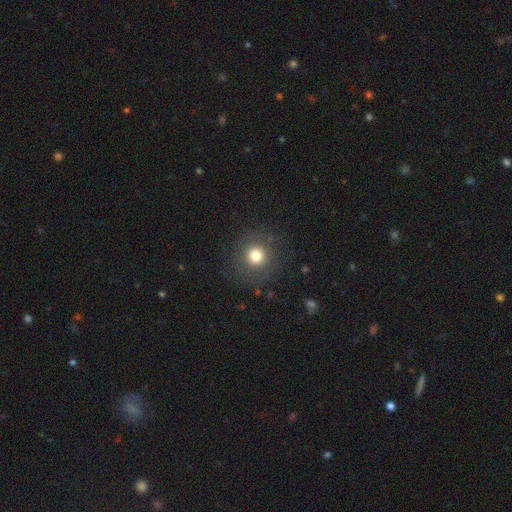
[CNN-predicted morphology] smooth-or-featured: smooth: 76% | star or artifact: 14% | featured or disk: 11%
  how-rounded: round: 94% | in between: 5% | cigar-shaped: 1%
  merging: none: 86% | minor disturbance: 8% | major disturbance: 5% | merger: 1%